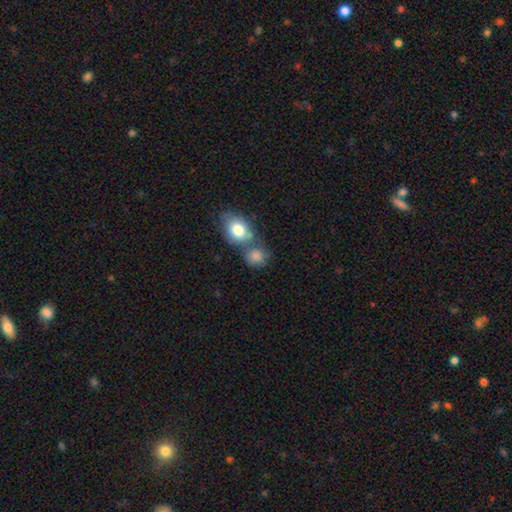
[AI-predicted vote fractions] Smooth or featured? smooth (81%)
How rounded? round (64%)
Merging? merger (47%)